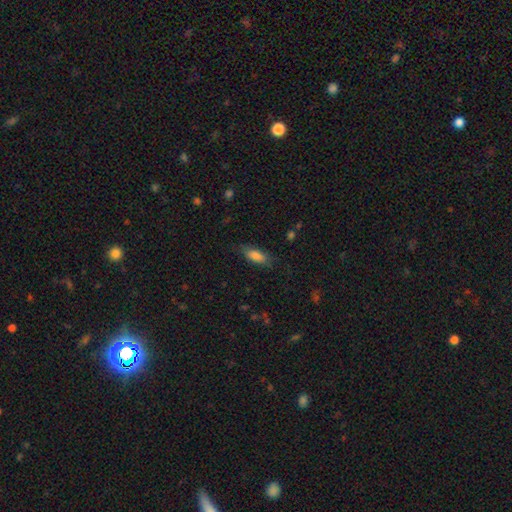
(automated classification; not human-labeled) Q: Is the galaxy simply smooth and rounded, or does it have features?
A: smooth — 81%.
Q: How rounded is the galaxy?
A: in between — 73%.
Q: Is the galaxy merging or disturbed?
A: none — 75%.